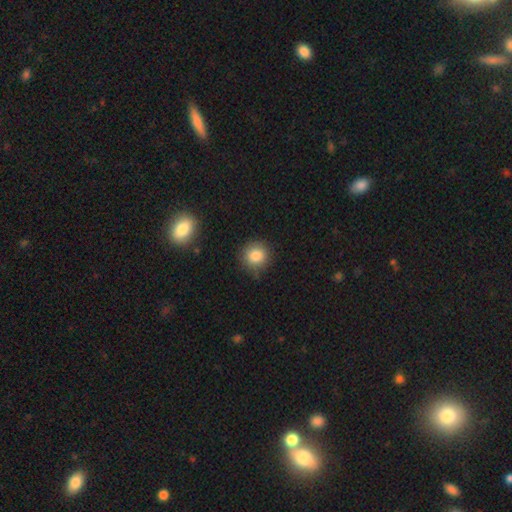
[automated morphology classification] A smooth galaxy with no disk features (85%) that is round (90%). Merging: none (84%).